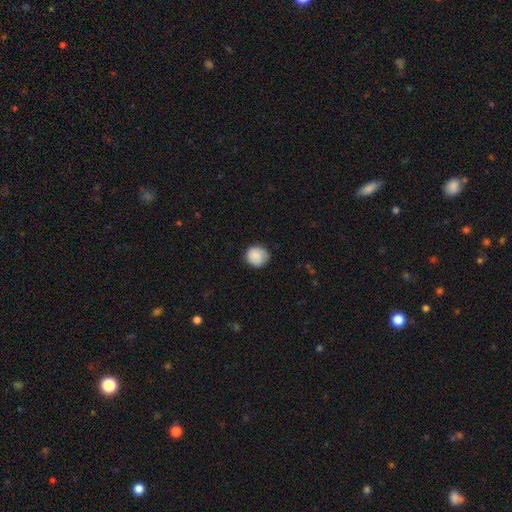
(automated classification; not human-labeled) smooth 86%, star or artifact 7%, featured or disk 7%. Down the decision tree: how rounded — round (90%); merging — none (78%).